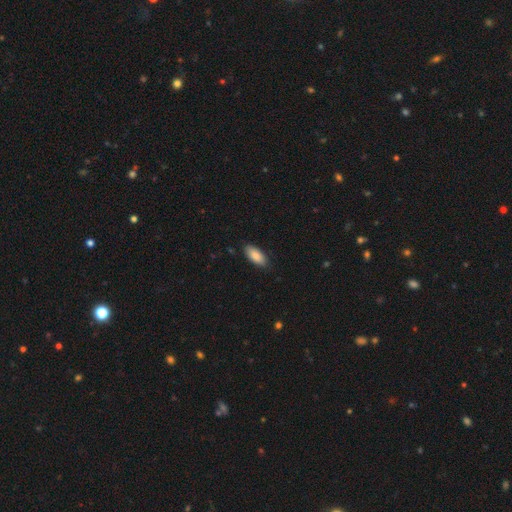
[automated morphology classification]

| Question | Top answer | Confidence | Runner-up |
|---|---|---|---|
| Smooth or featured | smooth | 88% | featured or disk (6%) |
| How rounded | in between | 89% | cigar-shaped (10%) |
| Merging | none | 85% | minor disturbance (12%) |